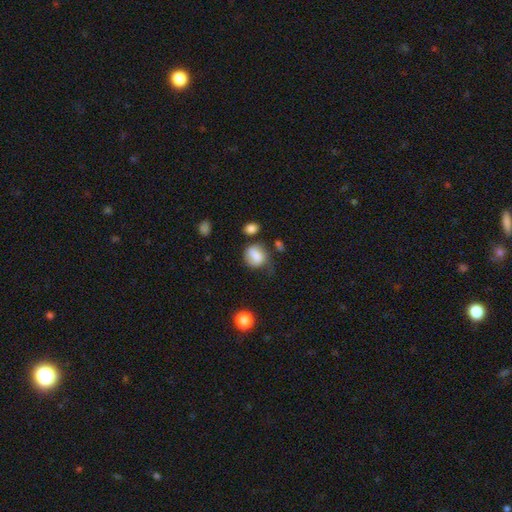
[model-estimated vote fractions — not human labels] Overall: smooth (71%). How rounded: round (65%; in between 34%). Merging: none (44%; minor disturbance 31%).